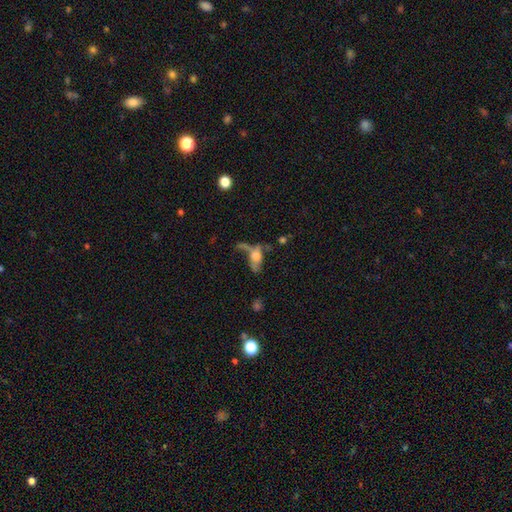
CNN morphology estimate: Overall: smooth (48%; featured or disk 37%). Merging: major disturbance (37%; merger 27%).